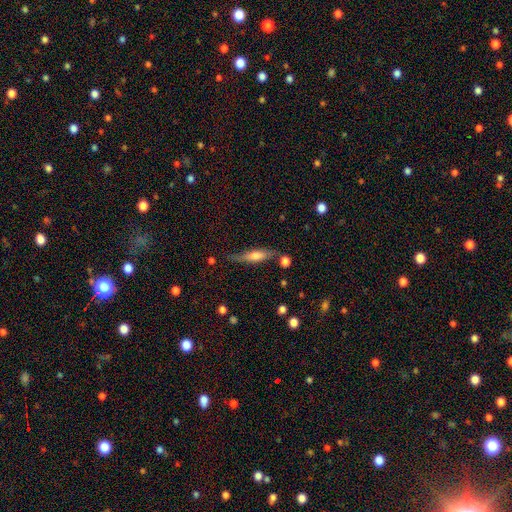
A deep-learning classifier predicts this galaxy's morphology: This appears to be a smooth galaxy with no disk features (48%). Merging: none (69%).